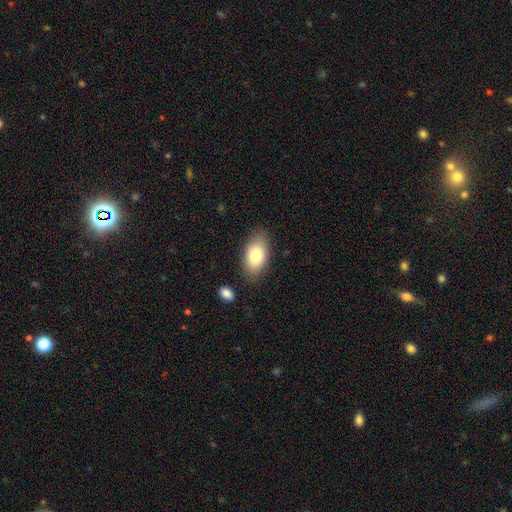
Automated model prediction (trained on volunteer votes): This appears to be a smooth galaxy with no disk features (80%) that is in between round and cigar-shaped (93%). Merging: none (82%).